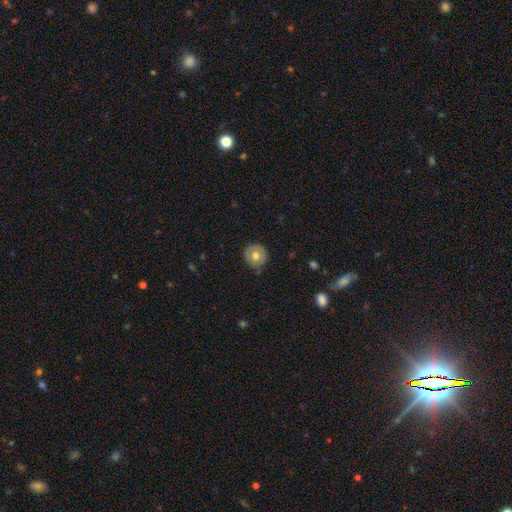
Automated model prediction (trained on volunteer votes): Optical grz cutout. It shows a smooth galaxy with no disk features (69%) that is round (92%). Merging: none (80%).